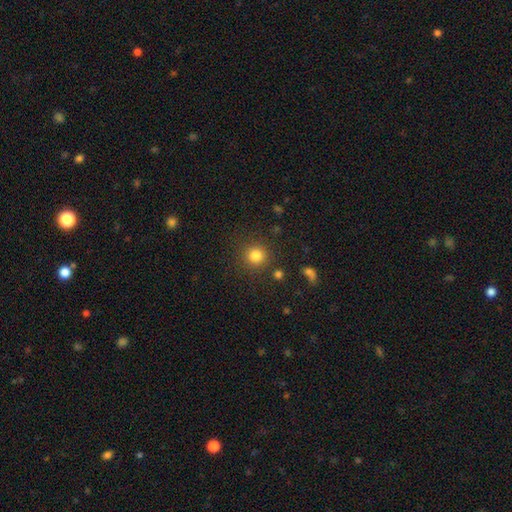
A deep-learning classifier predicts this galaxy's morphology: smooth_or_featured: smooth (p=0.82) [alt: star or artifact p=0.12]
how_rounded: round (p=0.93) [alt: in between p=0.06]
merging: none (p=0.86) [alt: minor disturbance p=0.07]